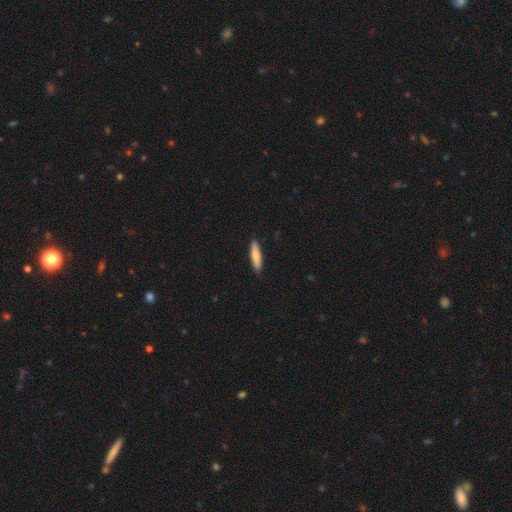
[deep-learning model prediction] This appears to be a smooth galaxy with no disk features (75%) that is cigar-shaped (78%). Merging: none (90%).